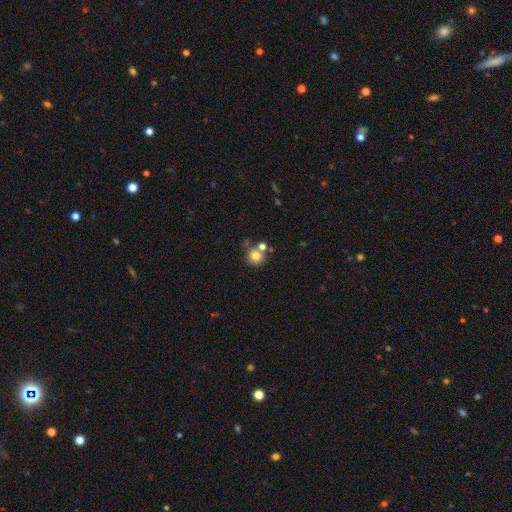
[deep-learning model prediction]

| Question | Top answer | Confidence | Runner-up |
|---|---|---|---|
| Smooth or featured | smooth | 79% | star or artifact (11%) |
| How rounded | round | 90% | in between (10%) |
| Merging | none | 62% | merger (24%) |